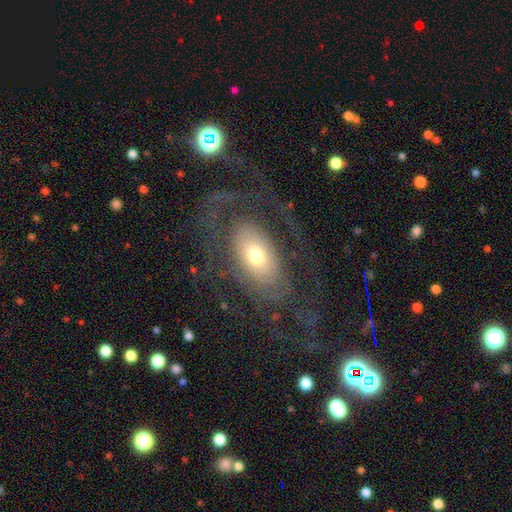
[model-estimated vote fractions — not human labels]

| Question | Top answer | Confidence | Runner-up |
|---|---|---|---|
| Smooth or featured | featured or disk | 68% | smooth (25%) |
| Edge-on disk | no | 92% | yes (8%) |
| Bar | no | 78% | weak (16%) |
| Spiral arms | yes | 75% | no (25%) |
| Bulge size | moderate | 59% | small (25%) |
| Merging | none | 62% | major disturbance (22%) |